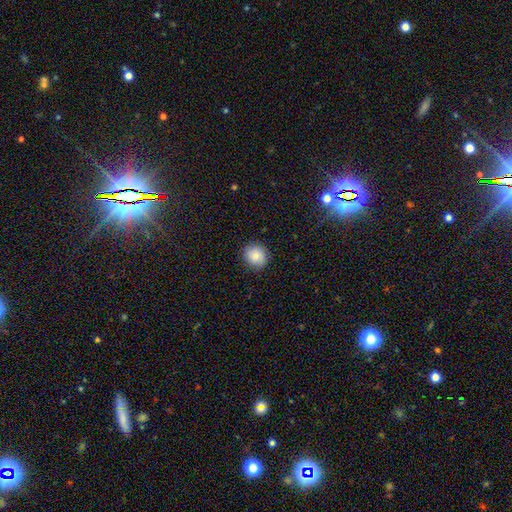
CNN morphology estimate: Overall: smooth (85%). How rounded: round (81%). Merging: none (88%).